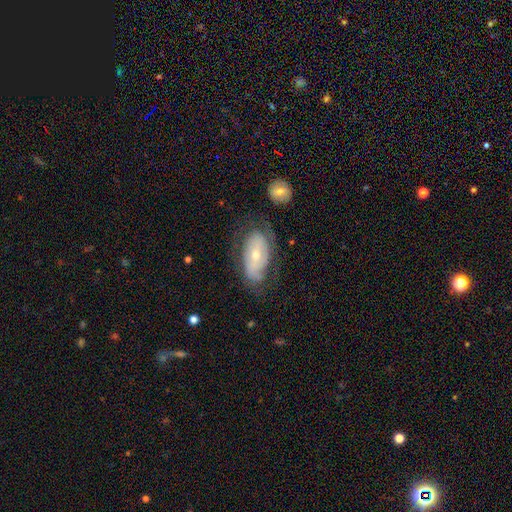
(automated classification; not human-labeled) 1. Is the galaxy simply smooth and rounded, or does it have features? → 63% featured or disk, 30% smooth, 7% star or artifact.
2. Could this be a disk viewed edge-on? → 91% no, 9% yes.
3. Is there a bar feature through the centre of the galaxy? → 65% no, 25% weak, 10% strong.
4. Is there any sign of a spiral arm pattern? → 72% yes, 28% no.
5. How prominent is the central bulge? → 51% small, 45% moderate, 2% large, 1% none, 1% dominant.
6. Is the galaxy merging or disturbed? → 57% none, 24% minor disturbance, 16% major disturbance, 3% merger.